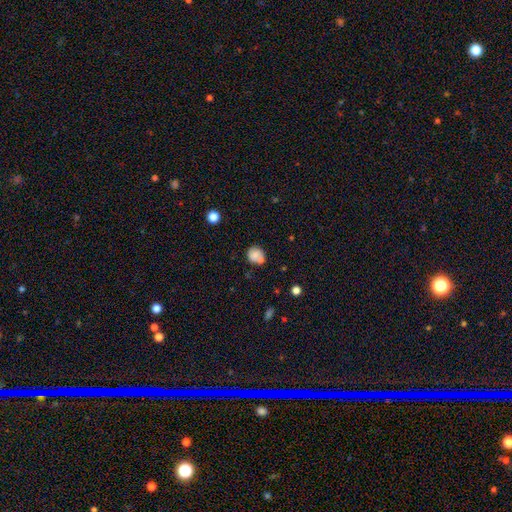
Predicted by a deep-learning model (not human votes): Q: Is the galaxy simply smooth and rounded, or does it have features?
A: smooth — 77%.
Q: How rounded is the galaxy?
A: round — 78%.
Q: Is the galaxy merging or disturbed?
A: none — 57%.